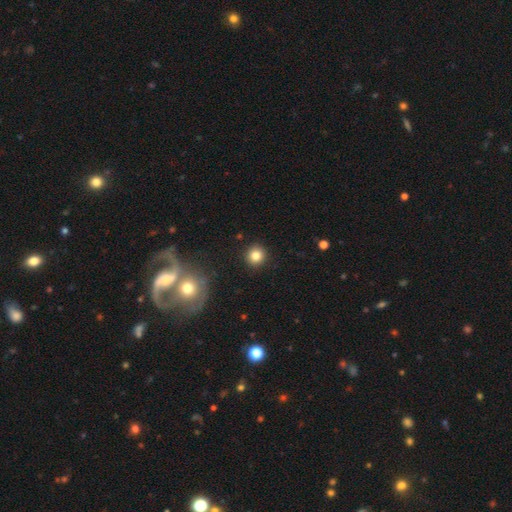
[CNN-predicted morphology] Smooth or featured?
  - smooth: 82% *
  - star or artifact: 12%
  - featured or disk: 6%
How rounded?
  - round: 93% *
  - in between: 6%
  - cigar-shaped: 1%
Merging?
  - none: 92% *
  - minor disturbance: 5%
  - major disturbance: 2%
  - merger: 1%